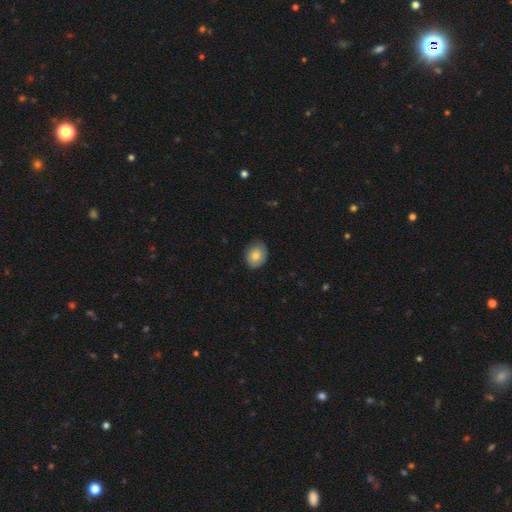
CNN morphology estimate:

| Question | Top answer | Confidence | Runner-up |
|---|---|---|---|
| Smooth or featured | smooth | 77% | featured or disk (15%) |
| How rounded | round | 51% | in between (48%) |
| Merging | none | 81% | minor disturbance (16%) |